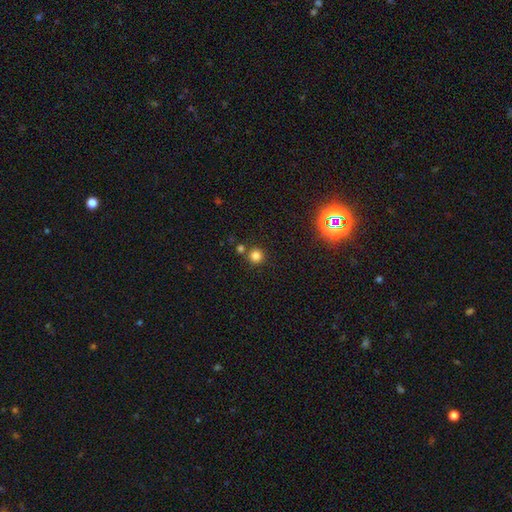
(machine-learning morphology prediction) The model was most divided on "merging": none: 77%, merger: 13%, minor disturbance: 7%, major disturbance: 3%. More confident: how rounded — round (94%); smooth or featured — smooth (80%).